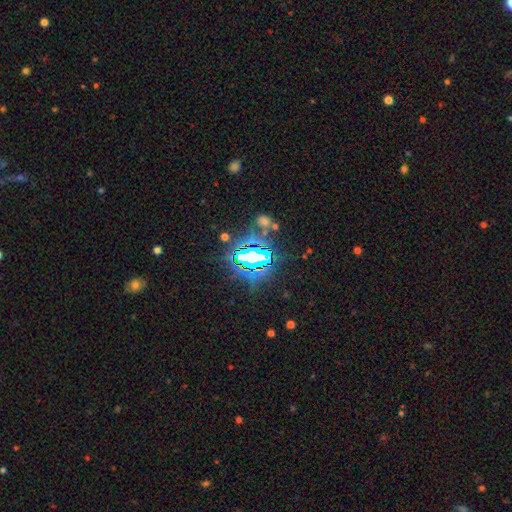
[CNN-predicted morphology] Smooth or featured? star or artifact (79%)